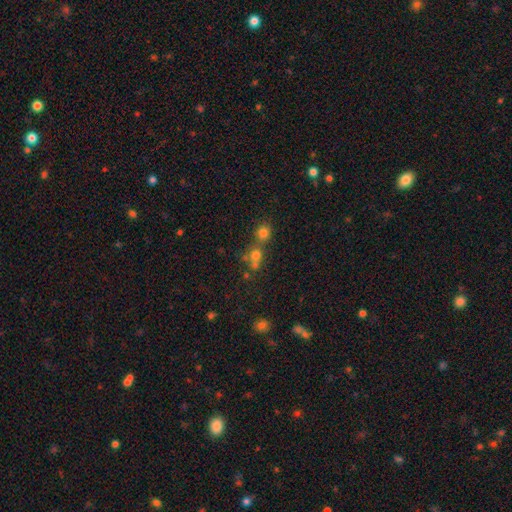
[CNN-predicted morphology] smooth-or-featured: smooth: 64% | star or artifact: 24% | featured or disk: 12%
  how-rounded: round: 85% | in between: 14% | cigar-shaped: 1%
  merging: none: 46% | merger: 44% | minor disturbance: 6% | major disturbance: 3%